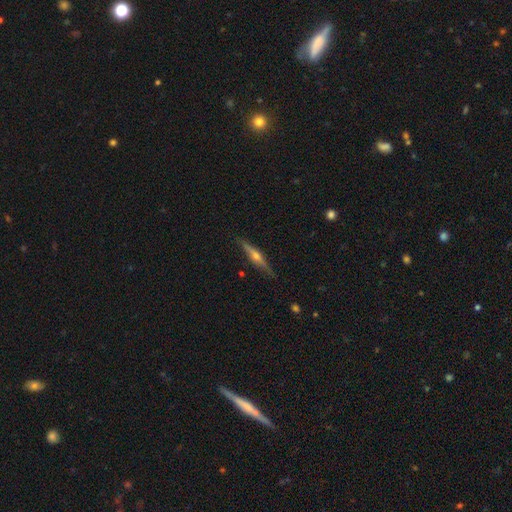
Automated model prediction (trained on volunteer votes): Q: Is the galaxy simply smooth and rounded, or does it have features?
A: featured or disk — 77%.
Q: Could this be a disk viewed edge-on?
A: yes — 98%.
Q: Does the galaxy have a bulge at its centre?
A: rounded — 90%.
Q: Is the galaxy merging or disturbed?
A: none — 89%.